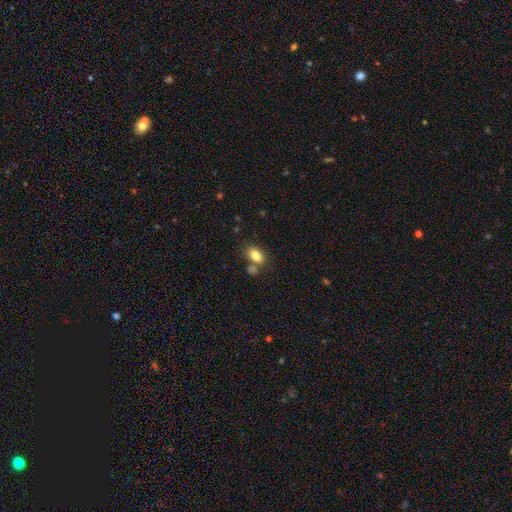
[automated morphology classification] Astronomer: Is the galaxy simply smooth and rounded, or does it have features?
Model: smooth — 83%.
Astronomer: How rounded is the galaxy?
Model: in between — 87%.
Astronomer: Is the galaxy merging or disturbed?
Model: none — 62%.